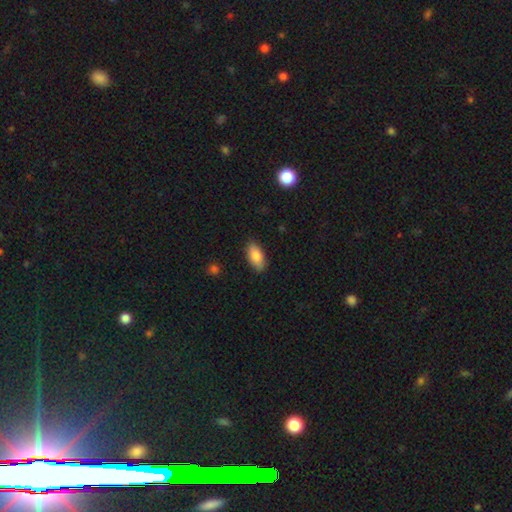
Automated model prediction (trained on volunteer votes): Q: Smooth or featured?
A: smooth (84%); runner-up: featured or disk (10%)
Q: How rounded?
A: in between (90%); runner-up: cigar-shaped (7%)
Q: Merging?
A: none (84%); runner-up: minor disturbance (12%)